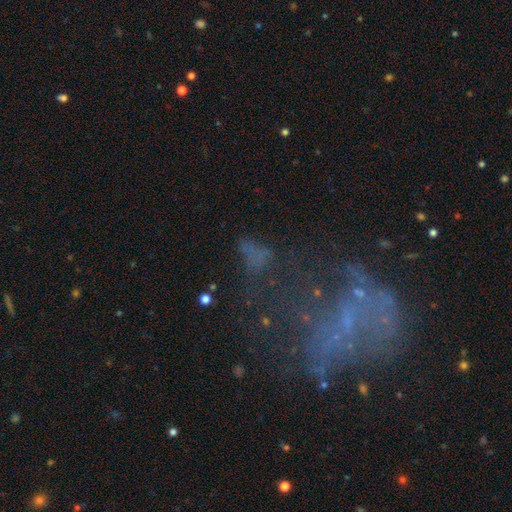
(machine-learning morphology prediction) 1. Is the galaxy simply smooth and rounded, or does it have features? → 37% star or artifact, 35% smooth, 28% featured or disk.